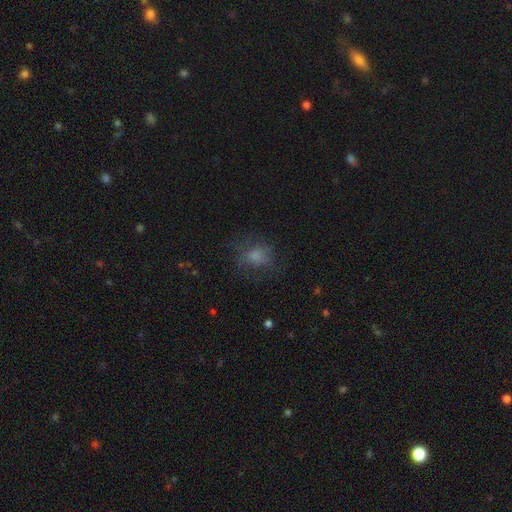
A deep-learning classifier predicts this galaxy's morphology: The model was most divided on "how rounded": round: 57%, in between: 42%, cigar-shaped: 2%. More confident: merging — none (64%); smooth or featured — smooth (62%).